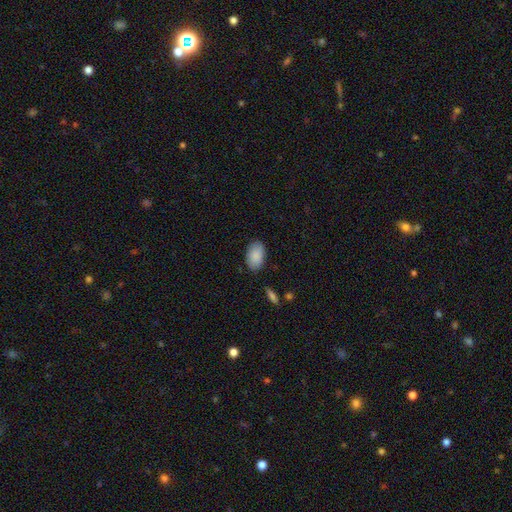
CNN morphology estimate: A smooth galaxy with no disk features (89%) that is in between round and cigar-shaped (93%). Merging: none (83%).